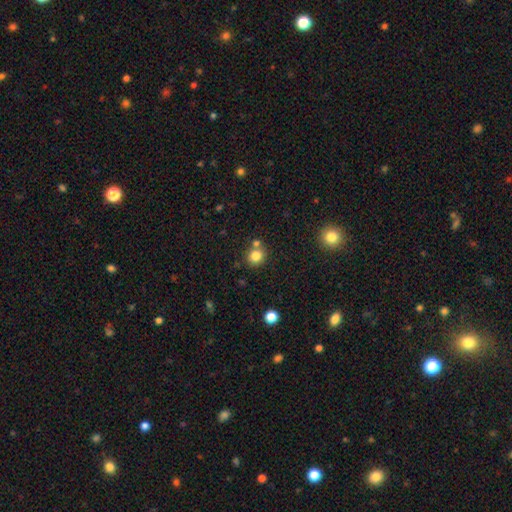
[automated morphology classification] Smooth or featured? Predicted: smooth (p=0.82). How rounded? Predicted: round (p=0.82). Merging? Predicted: none (p=0.69).